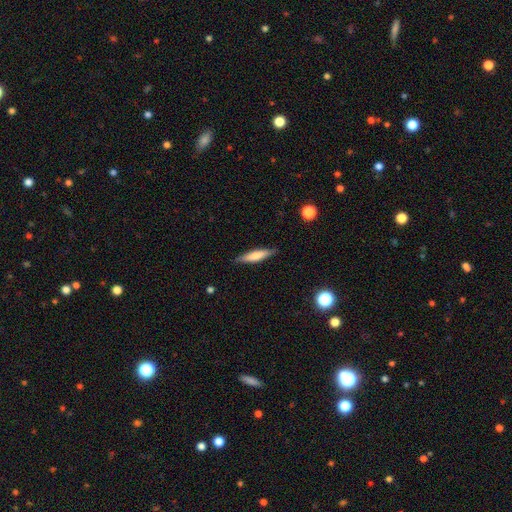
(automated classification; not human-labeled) smooth-or-featured: smooth: 64% | featured or disk: 30% | star or artifact: 6%
  how-rounded: cigar-shaped: 83% | in between: 16% | round: 2%
  merging: none: 87% | minor disturbance: 10% | major disturbance: 2% | merger: 1%